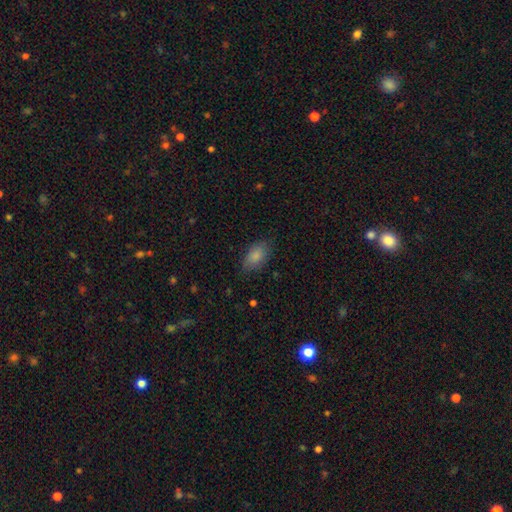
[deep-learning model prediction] Smooth or featured?
  - smooth: 86% *
  - star or artifact: 7%
  - featured or disk: 7%
How rounded?
  - in between: 92% *
  - round: 6%
  - cigar-shaped: 3%
Merging?
  - none: 79% *
  - minor disturbance: 16%
  - major disturbance: 4%
  - merger: 1%